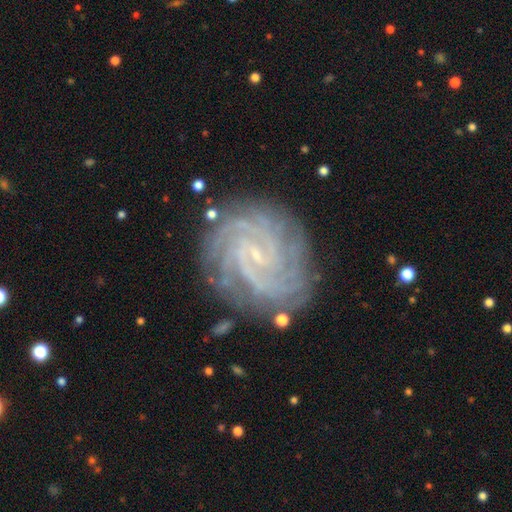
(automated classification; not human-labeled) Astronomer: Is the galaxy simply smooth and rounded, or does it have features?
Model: featured or disk — 91%.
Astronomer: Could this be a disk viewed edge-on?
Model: no — 98%.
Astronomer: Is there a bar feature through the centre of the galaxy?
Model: no — 46% (runner-up: weak, 39%).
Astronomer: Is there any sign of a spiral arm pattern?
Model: yes — 99%.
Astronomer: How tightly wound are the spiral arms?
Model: tight — 78%.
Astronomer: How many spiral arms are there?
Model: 4 — 27% (runner-up: 3, 17%).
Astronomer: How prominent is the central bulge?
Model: small — 85%.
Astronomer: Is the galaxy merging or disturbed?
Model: none — 81%.